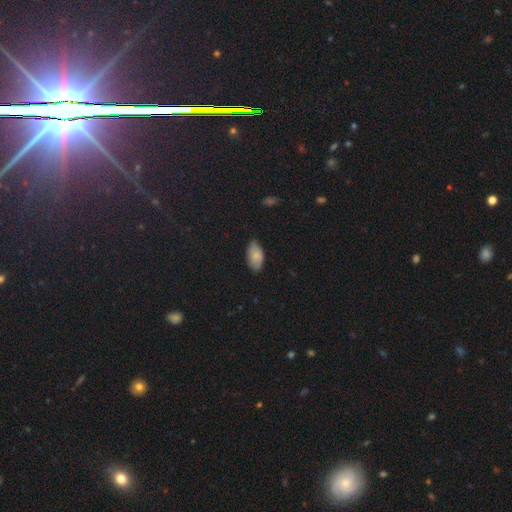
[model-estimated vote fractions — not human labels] Smooth or featured?
  - smooth: 81% *
  - featured or disk: 12%
  - star or artifact: 7%
How rounded?
  - in between: 94% *
  - round: 3%
  - cigar-shaped: 3%
Merging?
  - none: 75% *
  - minor disturbance: 21%
  - major disturbance: 3%
  - merger: 1%